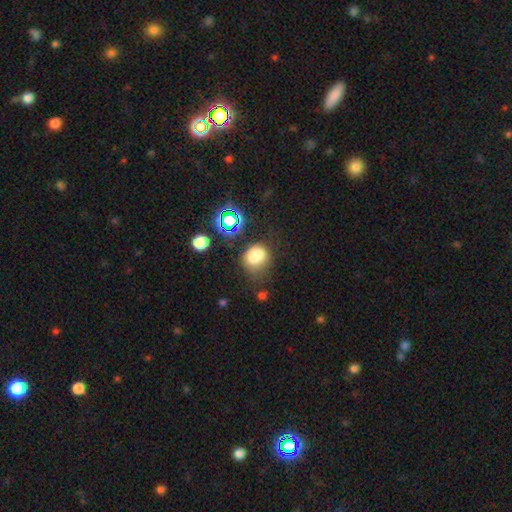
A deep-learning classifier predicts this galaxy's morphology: A smooth galaxy with no disk features (72%) that is round (69%).

Vote fractions:
- Smooth or featured? smooth: 72% / star or artifact: 17% / featured or disk: 11%
- How rounded? round: 69% / in between: 30% / cigar-shaped: 1%
- Merging? none: 48% / minor disturbance: 25% / merger: 14% / major disturbance: 13%